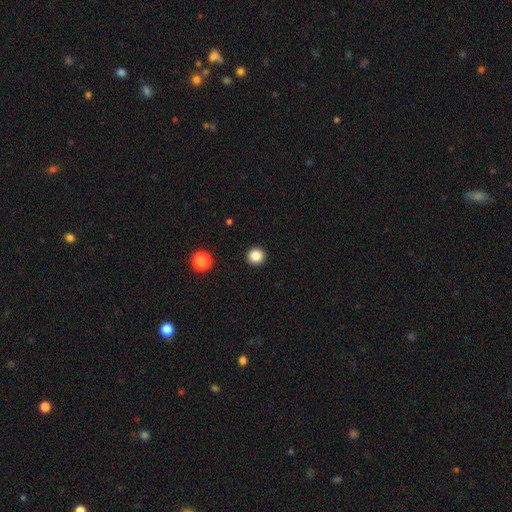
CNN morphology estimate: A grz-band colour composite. It shows a smooth galaxy with no disk features (86%) that is round (94%). Merging: none (93%).